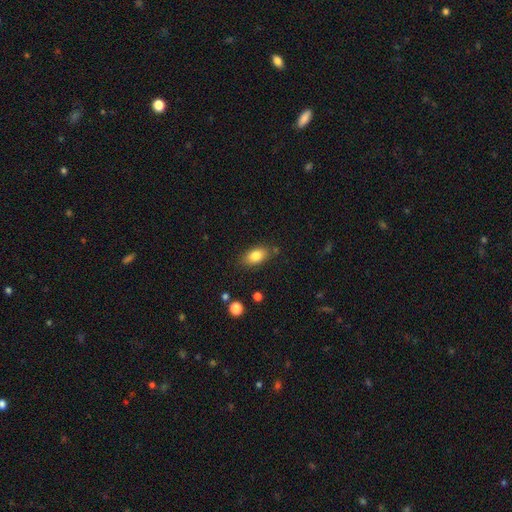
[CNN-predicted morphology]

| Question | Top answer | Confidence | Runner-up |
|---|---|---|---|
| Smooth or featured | smooth | 82% | featured or disk (9%) |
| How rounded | in between | 88% | round (9%) |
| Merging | none | 81% | minor disturbance (13%) |